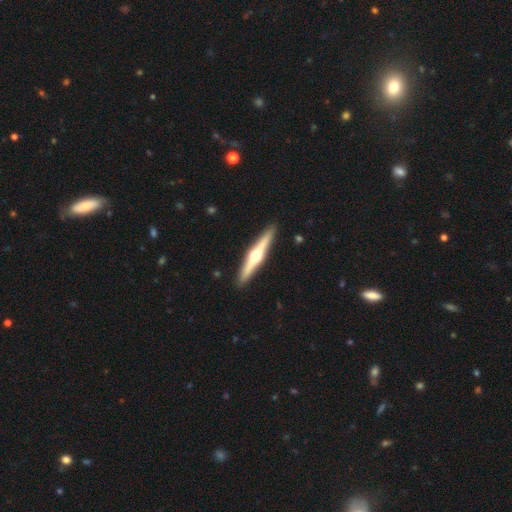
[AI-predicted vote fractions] A featured or disk galaxy (77%) viewed edge-on (98%) with a rounded central bulge (96%).

Vote fractions:
- Smooth or featured? featured or disk: 77% / smooth: 19% / star or artifact: 4%
- Edge-on disk? yes: 98% / no: 2%
- Edge-on bulge? rounded: 96% / boxy: 2% / none: 2%
- Merging? none: 92% / minor disturbance: 5% / major disturbance: 1% / merger: 1%